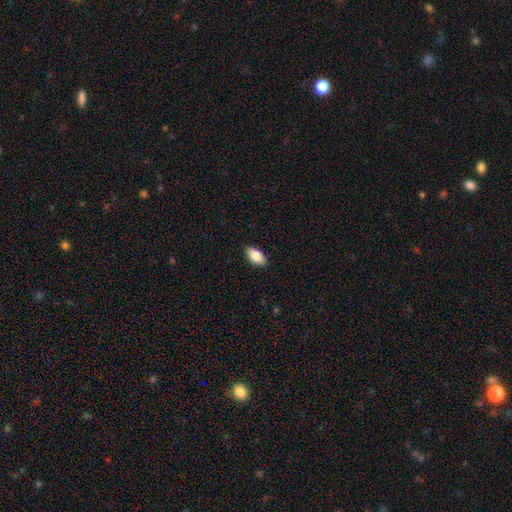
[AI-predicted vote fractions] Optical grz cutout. It shows a smooth galaxy with no disk features (84%) that is in between round and cigar-shaped (92%). Merging: none (88%).